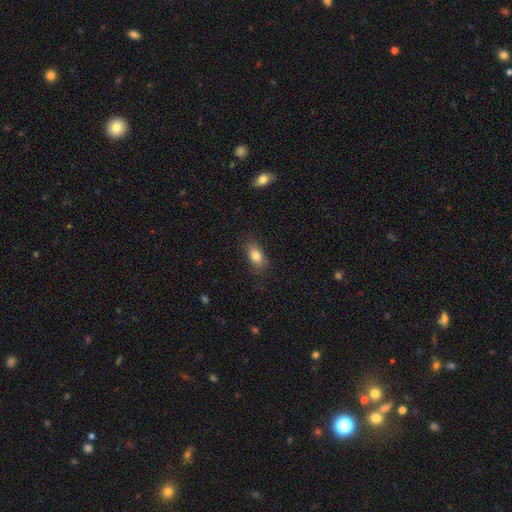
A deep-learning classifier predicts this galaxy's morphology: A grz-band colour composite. It shows a smooth galaxy with no disk features (84%) that is in between round and cigar-shaped (86%). Merging: none (81%).